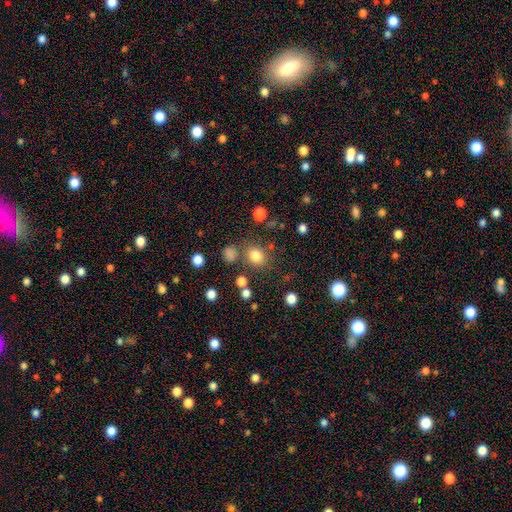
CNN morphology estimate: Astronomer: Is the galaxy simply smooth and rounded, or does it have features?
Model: smooth — 79%.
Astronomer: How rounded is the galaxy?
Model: round — 71%.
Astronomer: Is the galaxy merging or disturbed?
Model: none — 73%.